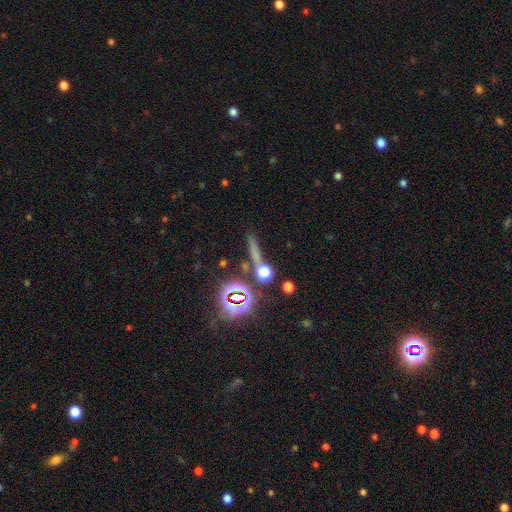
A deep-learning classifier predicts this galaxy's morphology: Smooth or featured? smooth (45%)
Merging? none (75%)